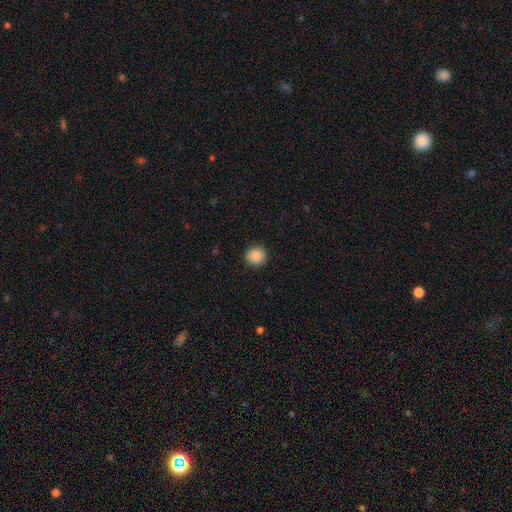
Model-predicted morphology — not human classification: This is clearly a smooth galaxy (88%). How rounded: clearly round (90%). Merging: clearly none (91%).